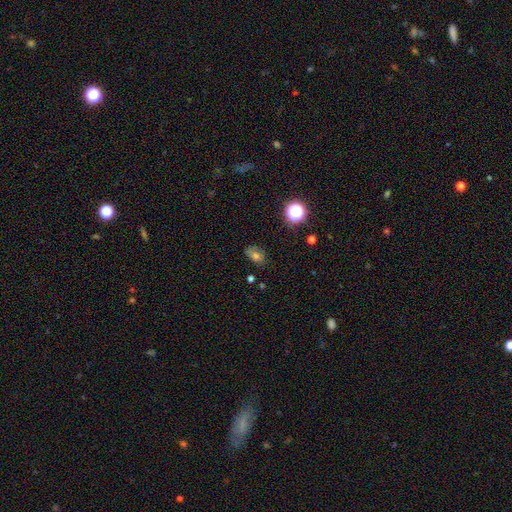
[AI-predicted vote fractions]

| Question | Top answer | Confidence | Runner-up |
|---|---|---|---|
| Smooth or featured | smooth | 66% | star or artifact (20%) |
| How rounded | in between | 75% | round (23%) |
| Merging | none | 71% | minor disturbance (21%) |